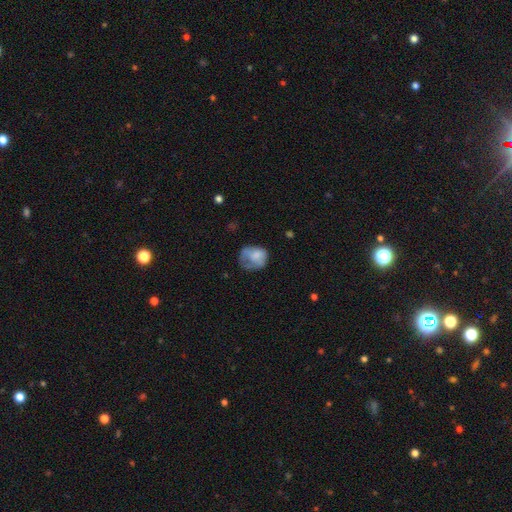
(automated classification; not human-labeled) smooth_or_featured: smooth (p=0.68) [alt: featured or disk p=0.23]
how_rounded: round (p=0.58) [alt: in between p=0.41]
merging: none (p=0.36) [alt: minor disturbance p=0.31]